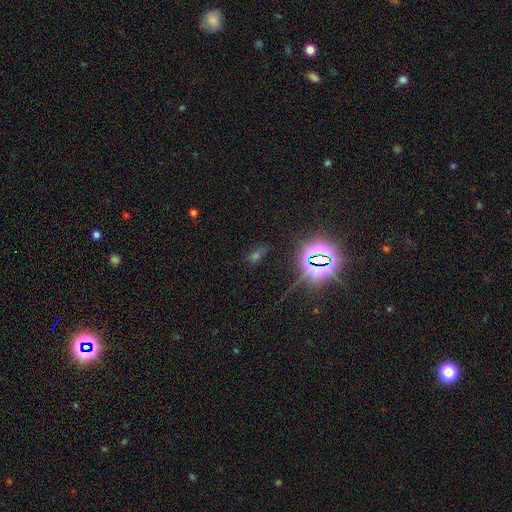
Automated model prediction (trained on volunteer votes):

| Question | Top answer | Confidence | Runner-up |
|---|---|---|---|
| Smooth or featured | star or artifact | 60% | smooth (27%) |